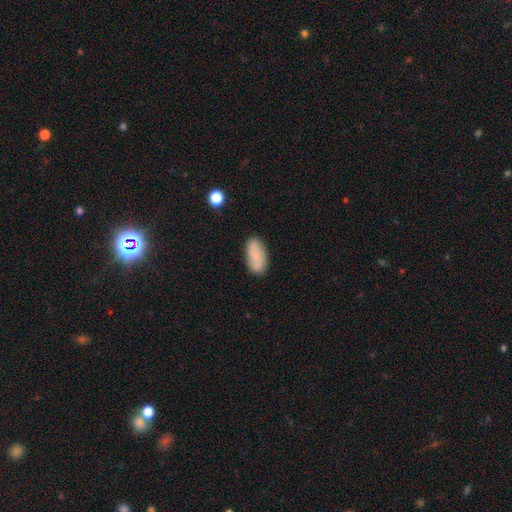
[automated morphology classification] Smooth or featured: smooth — 80% (featured or disk — 13%)
How rounded: in between — 89% (cigar-shaped — 8%)
Merging: none — 81% (minor disturbance — 13%)